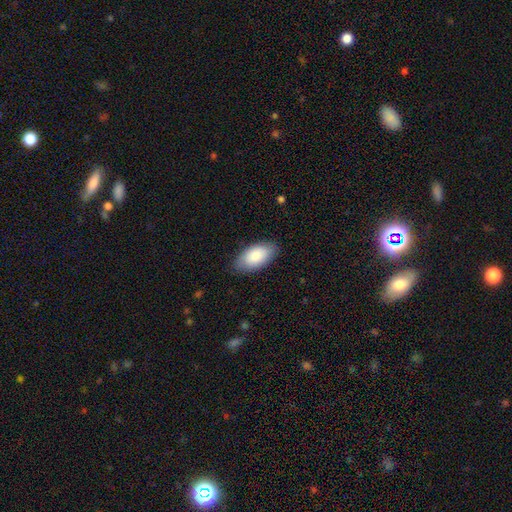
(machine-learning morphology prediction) type=smooth (86%); roundness=in between (95%); merging=none (83%).